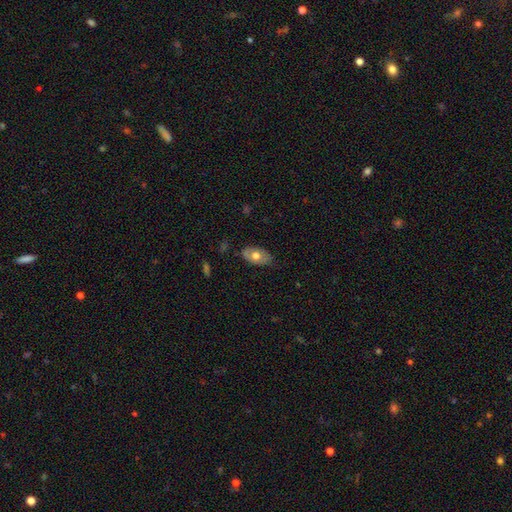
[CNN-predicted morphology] Smooth or featured? smooth (62%)
How rounded? in between (91%)
Merging? none (76%)